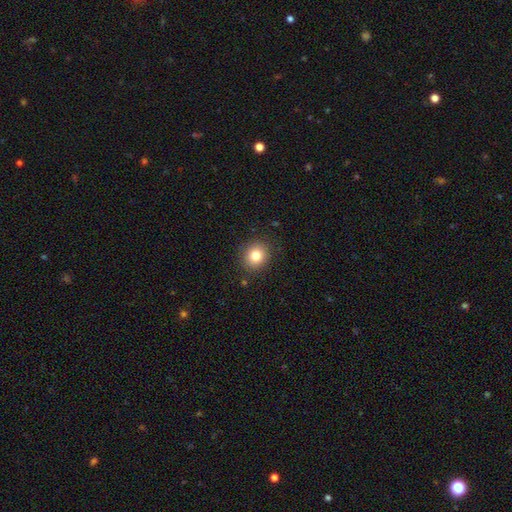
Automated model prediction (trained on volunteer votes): Smooth or featured: smooth — 81% (star or artifact — 11%)
How rounded: round — 79% (in between — 20%)
Merging: none — 88% (minor disturbance — 8%)